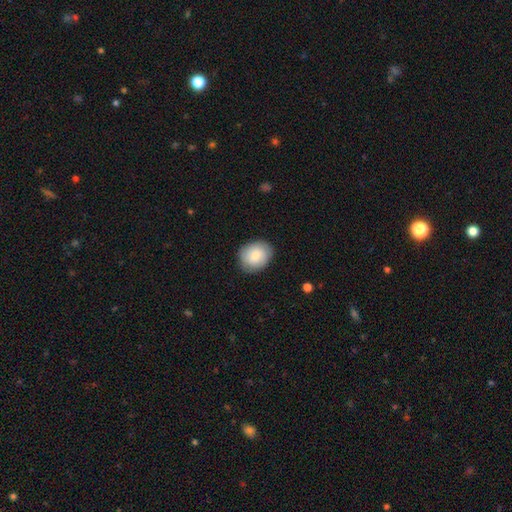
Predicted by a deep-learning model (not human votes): Morphology: type=smooth (73%); roundness=round (57%); merging=none (83%).